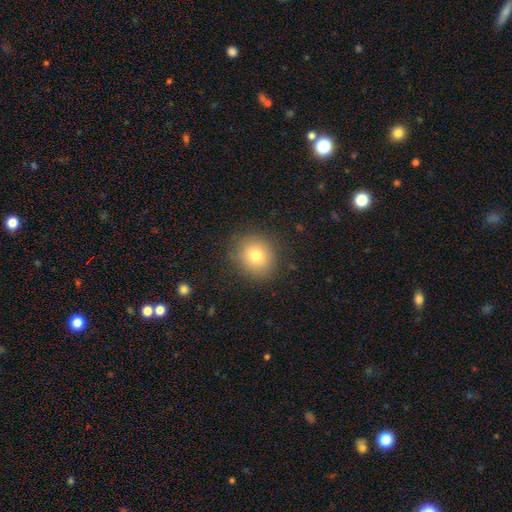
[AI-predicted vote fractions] This is likely a smooth galaxy (76%). How rounded: clearly round (85%). Merging: clearly none (87%).